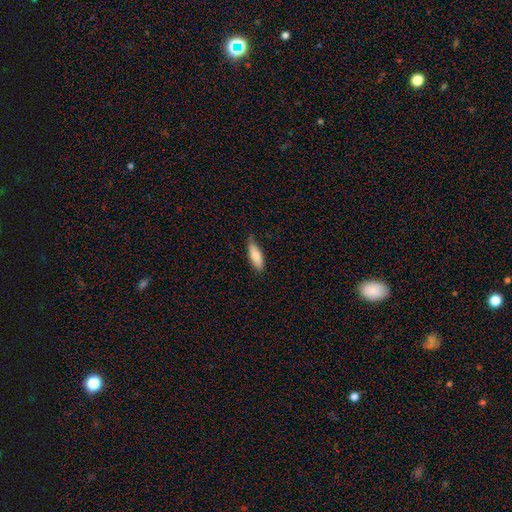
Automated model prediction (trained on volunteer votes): A smooth galaxy with no disk features (81%) that is in between round and cigar-shaped (60%). Merging: none (68%).